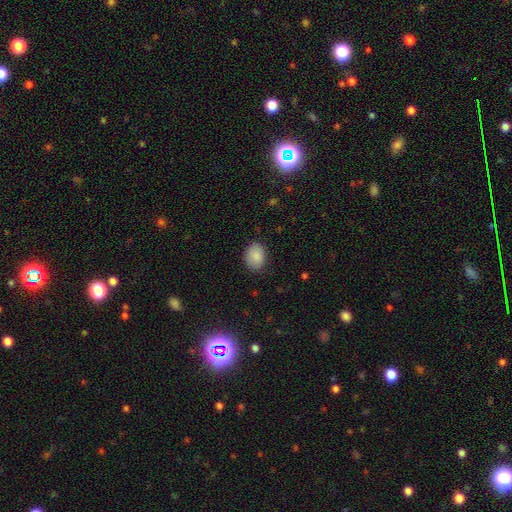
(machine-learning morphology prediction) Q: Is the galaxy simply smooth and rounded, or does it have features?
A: smooth — 88%.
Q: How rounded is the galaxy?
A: in between — 65%.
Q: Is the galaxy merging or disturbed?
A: none — 83%.